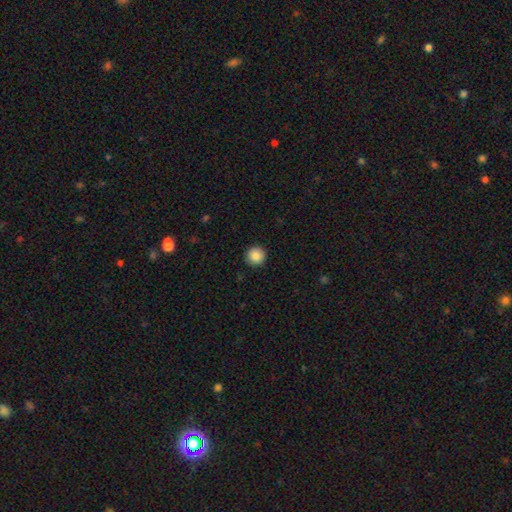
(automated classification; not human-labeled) A smooth galaxy with no disk features (87%) that is round (95%). Merging: none (92%).